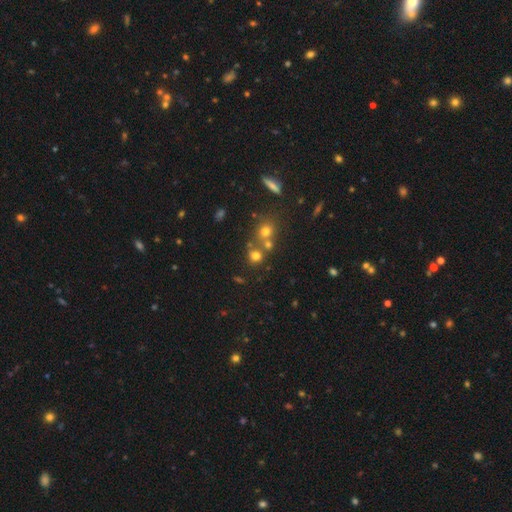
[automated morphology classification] Smooth or featured: smooth — 68% (star or artifact — 20%)
How rounded: round — 80% (in between — 18%)
Merging: none — 54% (merger — 33%)